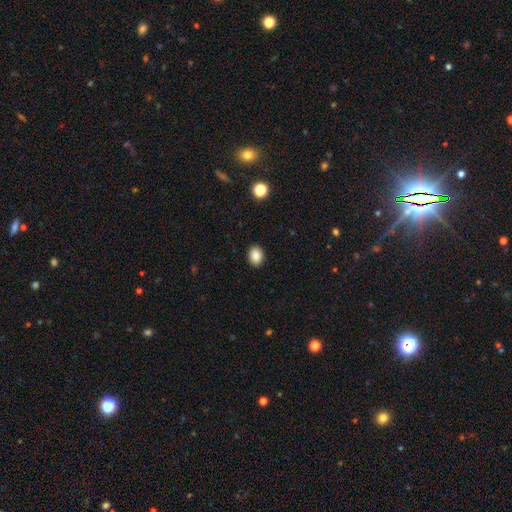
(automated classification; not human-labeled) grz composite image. It shows a smooth galaxy with no disk features (87%) that is in between round and cigar-shaped (55%). Merging: none (91%).